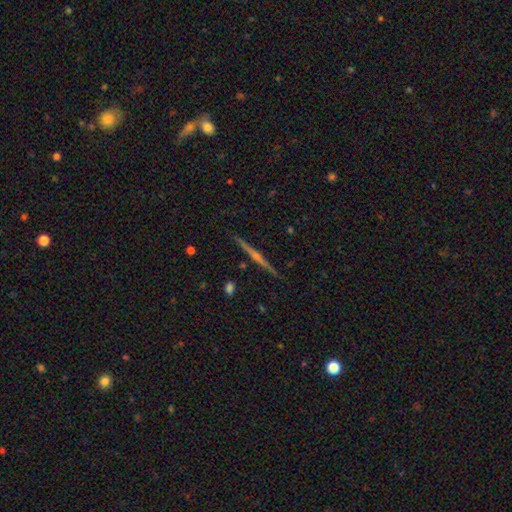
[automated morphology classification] smooth_or_featured: featured or disk (p=0.79) [alt: smooth p=0.14]
disk_edge_on: yes (p=0.98) [alt: no p=0.02]
edge_on_bulge: rounded (p=0.69) [alt: none p=0.24]
merging: none (p=0.92) [alt: minor disturbance p=0.06]